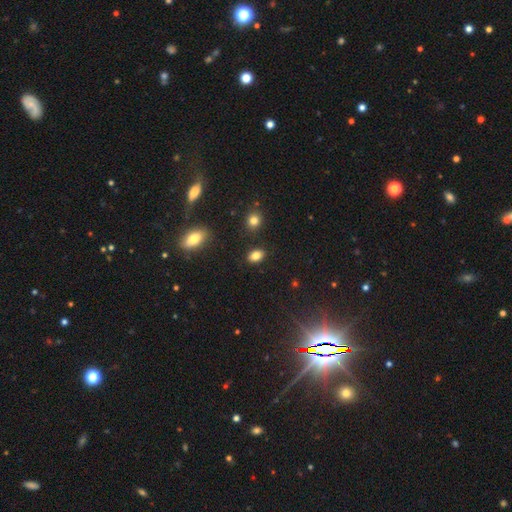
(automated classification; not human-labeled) smooth 83%, star or artifact 10%, featured or disk 7%. Down the decision tree: how rounded — in between (82%); merging — none (87%).